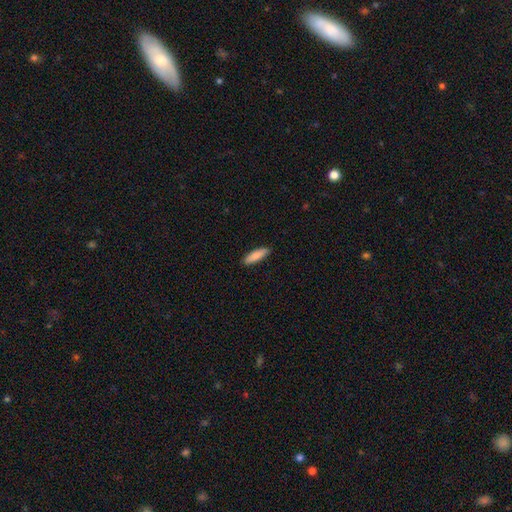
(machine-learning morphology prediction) Q: Smooth or featured?
A: smooth (86%); runner-up: featured or disk (9%)
Q: How rounded?
A: cigar-shaped (63%); runner-up: in between (35%)
Q: Merging?
A: none (90%); runner-up: minor disturbance (7%)